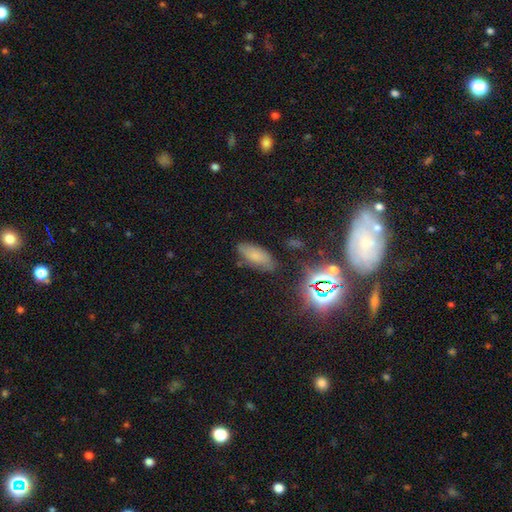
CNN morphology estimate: type=smooth (63%); roundness=in between (84%); merging=none (75%).